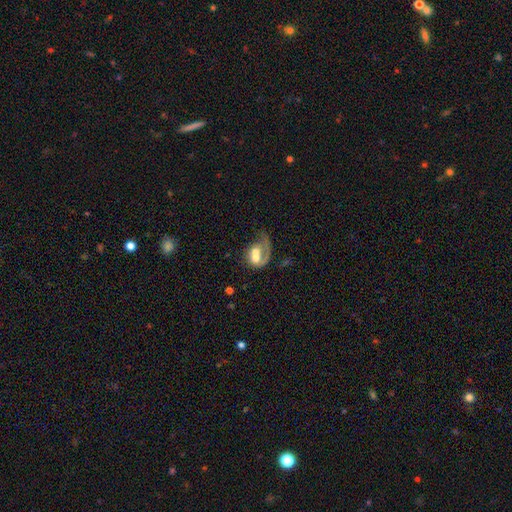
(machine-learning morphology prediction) Overall: featured or disk (56%; smooth 36%). Edge-on disk: no (97%). Bar: no (80%). Spiral arms: yes (61%; no 39%). Bulge size: moderate (47%; large 28%). Merging: merger (43%; major disturbance 28%).